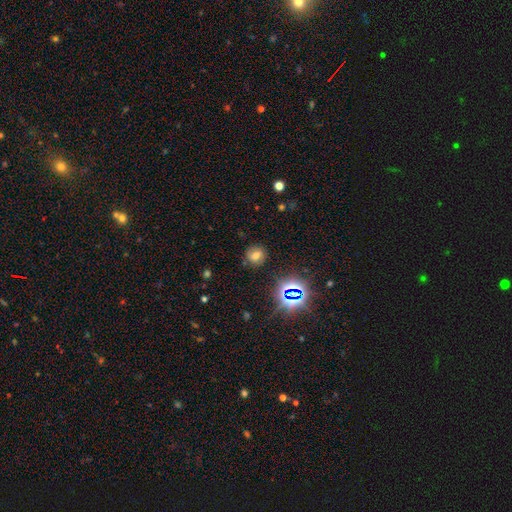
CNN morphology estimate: smooth-or-featured: smooth: 54% | star or artifact: 30% | featured or disk: 16%
  how-rounded: round: 76% | in between: 23% | cigar-shaped: 1%
  merging: none: 84% | minor disturbance: 10% | major disturbance: 4% | merger: 2%